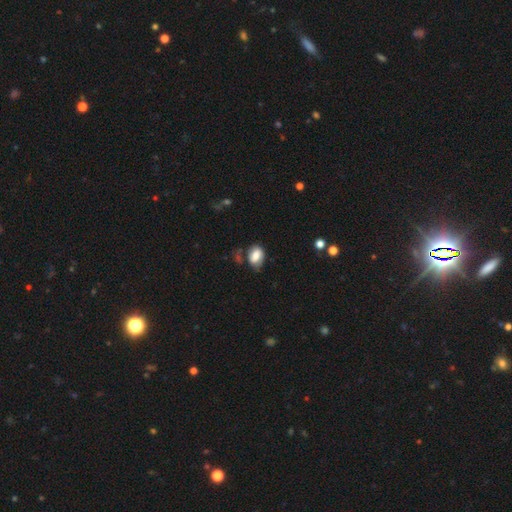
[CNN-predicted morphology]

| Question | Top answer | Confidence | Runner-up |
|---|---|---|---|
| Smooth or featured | smooth | 75% | featured or disk (17%) |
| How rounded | in between | 84% | round (15%) |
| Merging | none | 55% | minor disturbance (27%) |